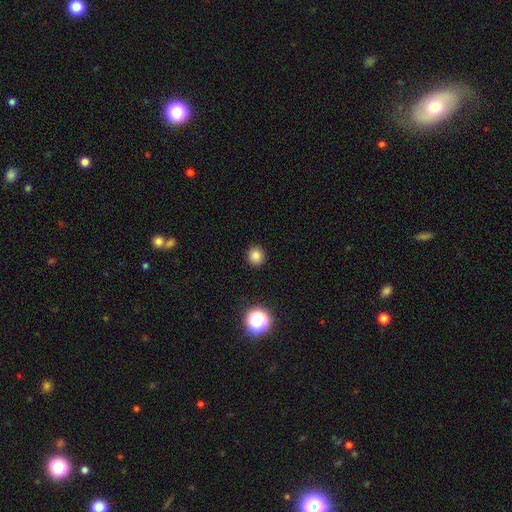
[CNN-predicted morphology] A smooth galaxy with no disk features (82%) that is round (90%). Merging: none (92%).